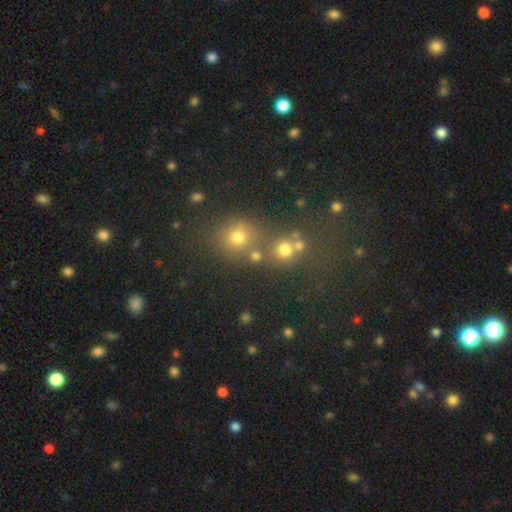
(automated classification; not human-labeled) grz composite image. It shows a smooth galaxy with no disk features (70%) that is round (84%). Merging: none (62%).